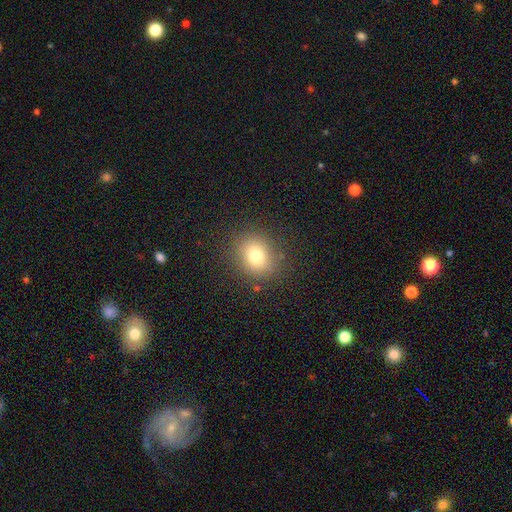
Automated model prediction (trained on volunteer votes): smooth 77%, star or artifact 13%, featured or disk 10%. Down the decision tree: how rounded — round (67%); merging — none (85%).